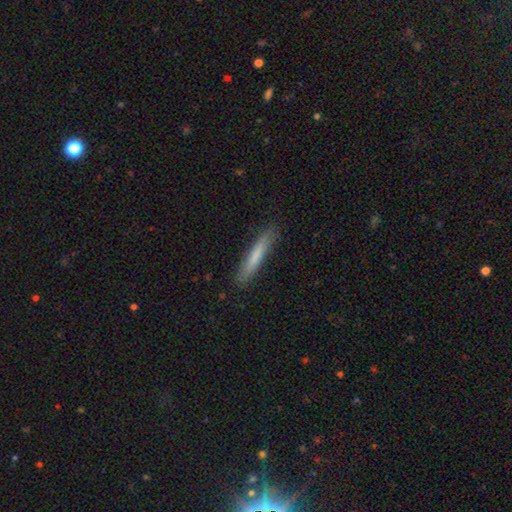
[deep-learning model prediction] Q: Smooth or featured?
A: smooth (74%); runner-up: featured or disk (20%)
Q: How rounded?
A: cigar-shaped (94%); runner-up: in between (5%)
Q: Merging?
A: none (88%); runner-up: minor disturbance (9%)